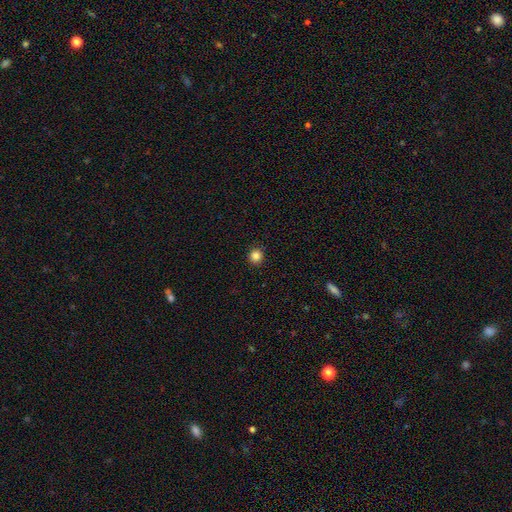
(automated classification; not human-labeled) A smooth galaxy with no disk features (85%) that is round (94%).

Vote fractions:
- Smooth or featured? smooth: 85% / star or artifact: 12% / featured or disk: 3%
- How rounded? round: 94% / in between: 5% / cigar-shaped: 1%
- Merging? none: 93% / minor disturbance: 5% / major disturbance: 2% / merger: 1%